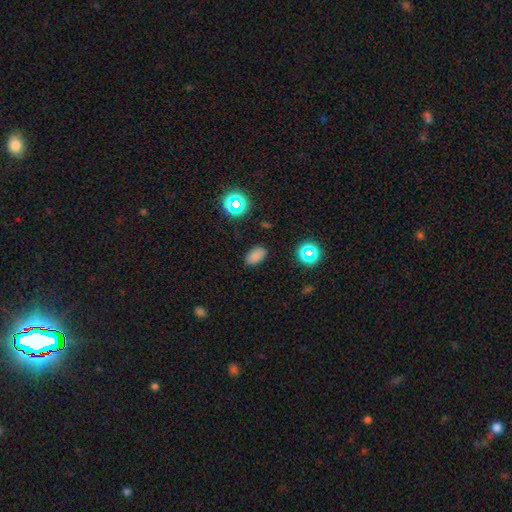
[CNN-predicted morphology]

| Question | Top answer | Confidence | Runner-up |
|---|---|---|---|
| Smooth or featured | smooth | 77% | star or artifact (18%) |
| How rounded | in between | 91% | round (7%) |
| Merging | none | 86% | minor disturbance (10%) |